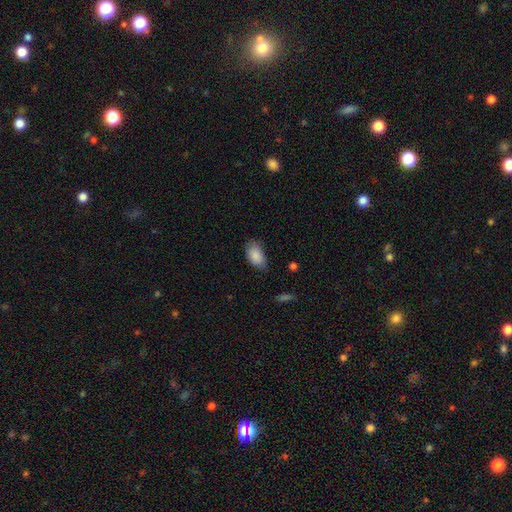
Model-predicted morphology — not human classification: Smooth or featured? Predicted: smooth (p=0.87). How rounded? Predicted: in between (p=0.93). Merging? Predicted: none (p=0.70).